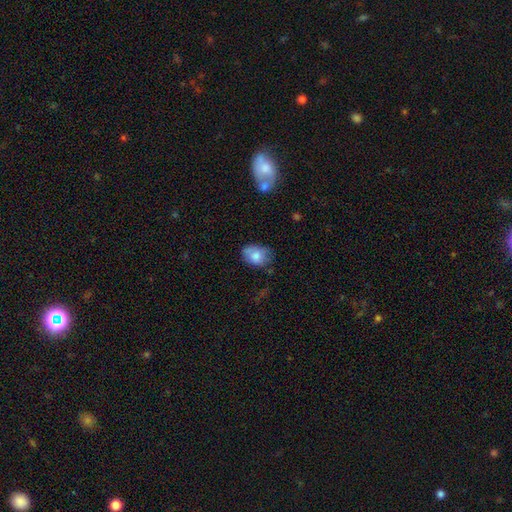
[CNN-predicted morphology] smooth 75%, featured or disk 16%, star or artifact 8%. Down the decision tree: how rounded — in between (70%); merging — none (55%).